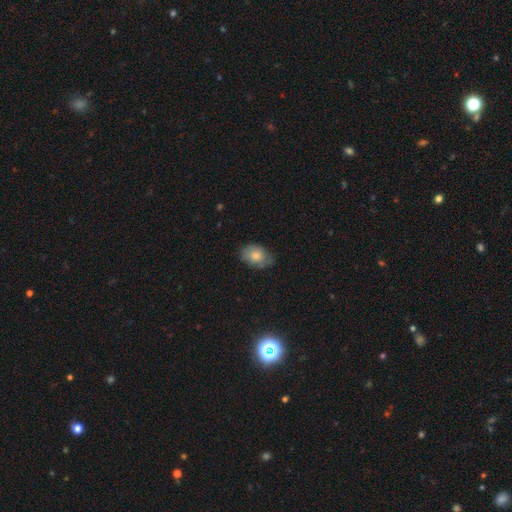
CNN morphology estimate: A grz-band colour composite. It shows a smooth galaxy with no disk features (76%) that is in between round and cigar-shaped (79%). Merging: none (65%).